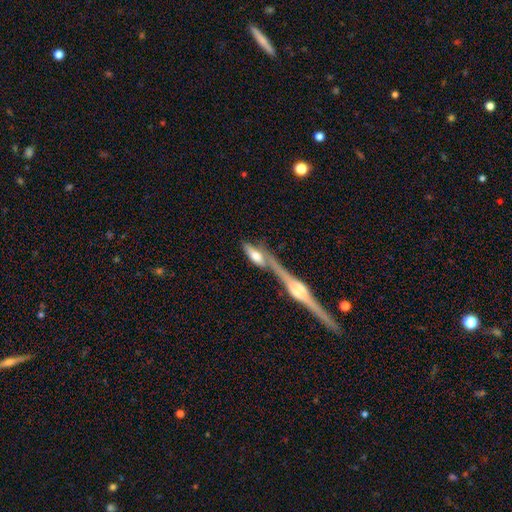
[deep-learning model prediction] Smooth or featured?
  - smooth: 50% *
  - featured or disk: 42%
  - star or artifact: 8%
Merging?
  - merger: 50% *
  - none: 32%
  - minor disturbance: 11%
  - major disturbance: 7%